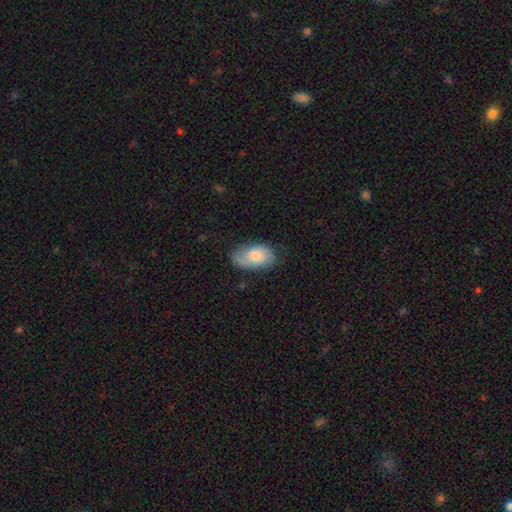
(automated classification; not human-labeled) smooth 64%, featured or disk 29%, star or artifact 7%. Down the decision tree: how rounded — in between (92%); merging — none (64%).